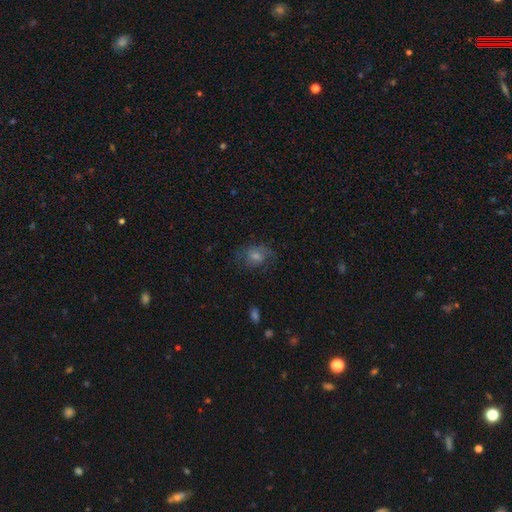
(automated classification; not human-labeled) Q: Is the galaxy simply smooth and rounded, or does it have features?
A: featured or disk — 45%.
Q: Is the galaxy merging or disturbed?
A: none — 68%.